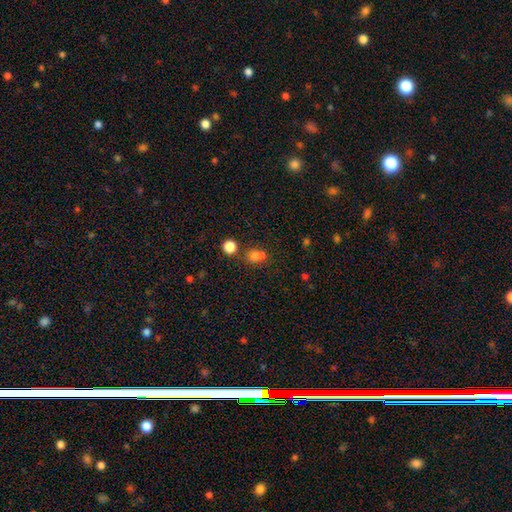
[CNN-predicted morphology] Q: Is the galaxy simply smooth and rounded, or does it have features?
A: smooth — 71%.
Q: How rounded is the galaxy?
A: round — 63%.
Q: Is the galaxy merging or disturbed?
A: none — 48%.